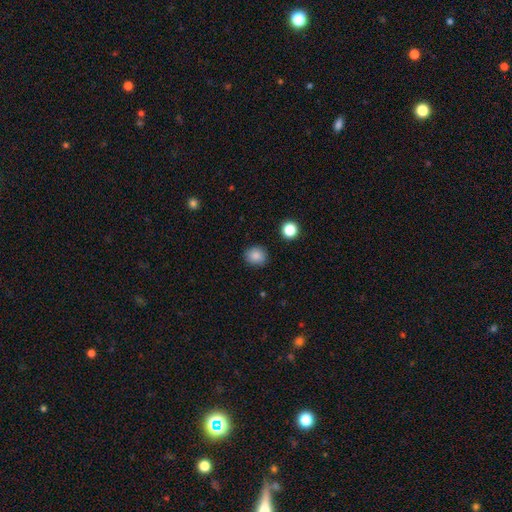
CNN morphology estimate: A smooth galaxy with no disk features (86%) that is round (84%).

Vote fractions:
- Smooth or featured? smooth: 86% / star or artifact: 10% / featured or disk: 4%
- How rounded? round: 84% / in between: 15% / cigar-shaped: 1%
- Merging? none: 88% / minor disturbance: 8% / major disturbance: 2% / merger: 1%